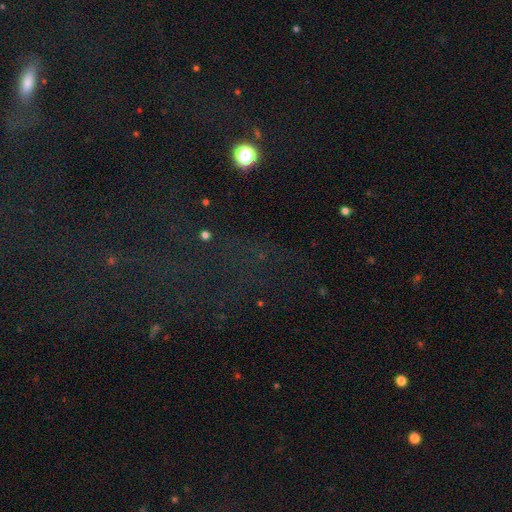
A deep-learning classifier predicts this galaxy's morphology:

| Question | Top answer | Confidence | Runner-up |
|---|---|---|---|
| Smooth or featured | star or artifact | 71% | smooth (17%) |